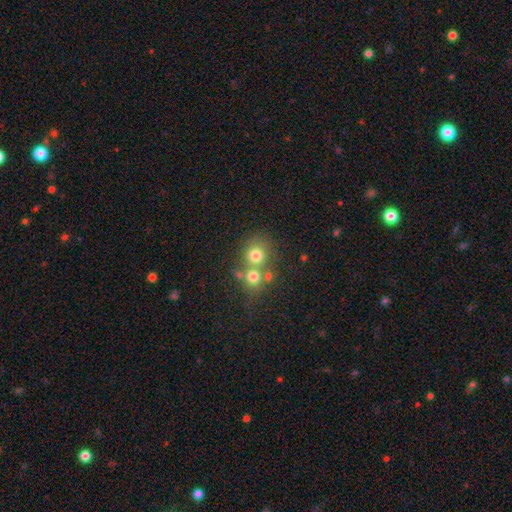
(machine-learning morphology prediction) smooth 72%, star or artifact 15%, featured or disk 13%. Down the decision tree: how rounded — round (85%); merging — none (45%).